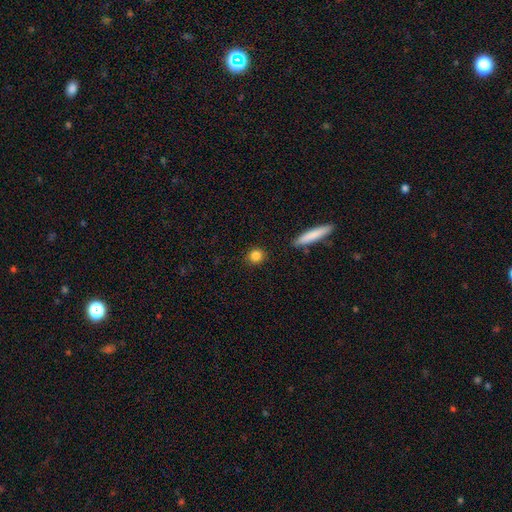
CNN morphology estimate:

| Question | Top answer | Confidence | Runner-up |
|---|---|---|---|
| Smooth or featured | smooth | 84% | star or artifact (10%) |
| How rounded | round | 83% | in between (14%) |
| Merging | none | 88% | minor disturbance (8%) |